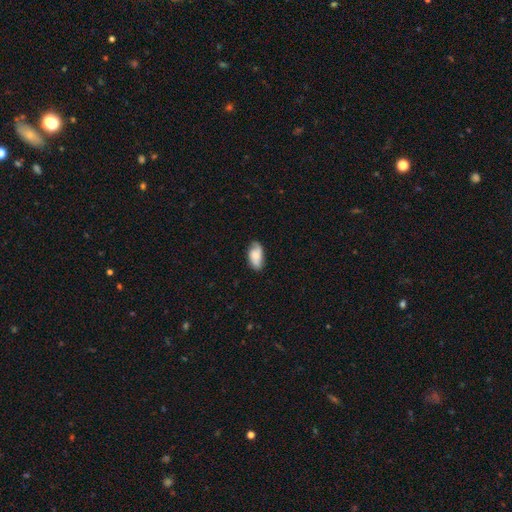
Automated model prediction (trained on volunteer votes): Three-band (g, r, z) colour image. It shows a smooth galaxy with no disk features (65%) that is in between round and cigar-shaped (93%). Merging: none (72%).